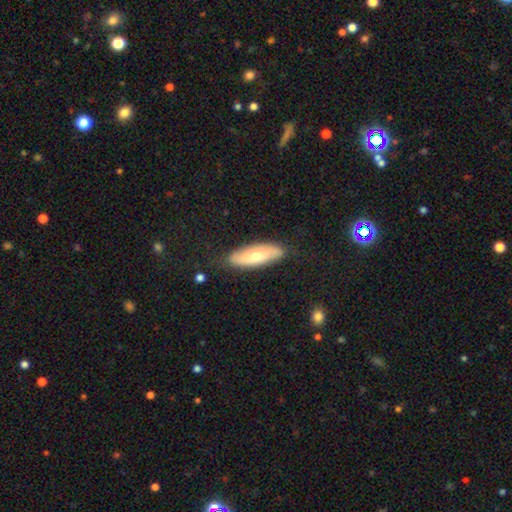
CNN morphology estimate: Q: Smooth or featured?
A: smooth (61%); runner-up: featured or disk (34%)
Q: How rounded?
A: in between (65%); runner-up: cigar-shaped (33%)
Q: Merging?
A: none (83%); runner-up: minor disturbance (13%)